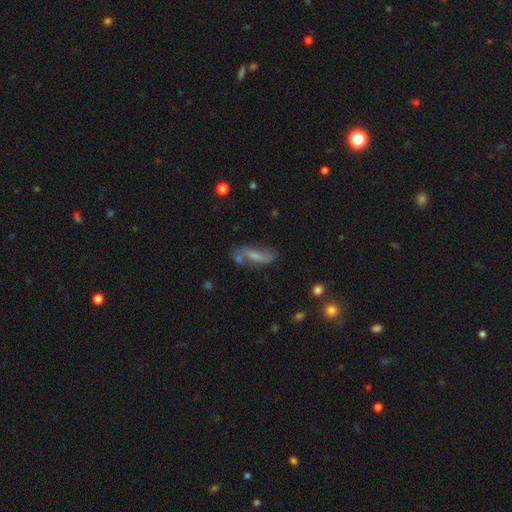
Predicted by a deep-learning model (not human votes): Q: Smooth or featured?
A: smooth (47%); runner-up: featured or disk (43%)
Q: Merging?
A: none (50%); runner-up: minor disturbance (23%)